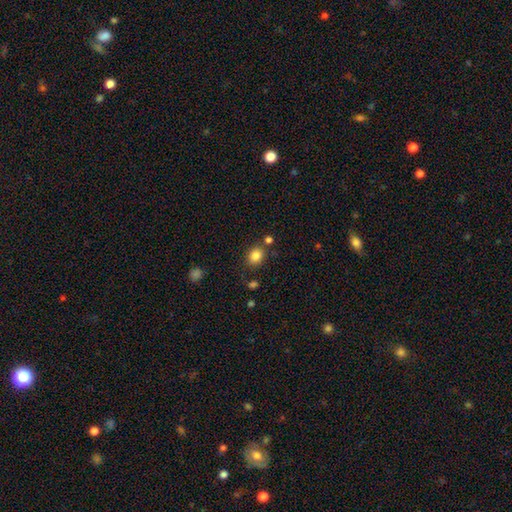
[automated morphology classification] Smooth or featured?
  - smooth: 84% *
  - star or artifact: 10%
  - featured or disk: 5%
How rounded?
  - round: 55% *
  - in between: 45%
  - cigar-shaped: 1%
Merging?
  - none: 76% *
  - minor disturbance: 12%
  - merger: 8%
  - major disturbance: 4%